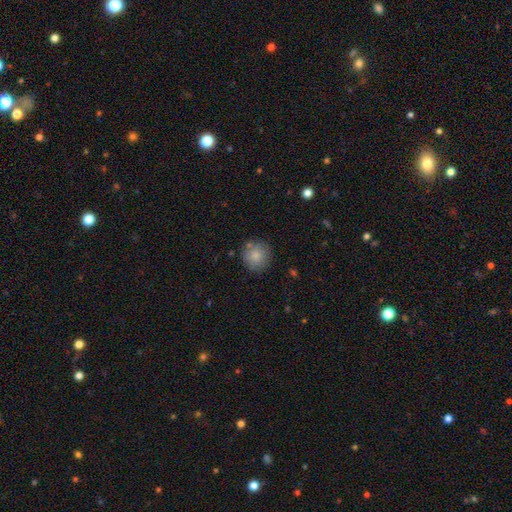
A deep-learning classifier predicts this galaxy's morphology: smooth-or-featured: smooth: 83% | star or artifact: 8% | featured or disk: 8%
  how-rounded: round: 94% | in between: 5% | cigar-shaped: 1%
  merging: none: 84% | minor disturbance: 10% | merger: 3% | major disturbance: 3%